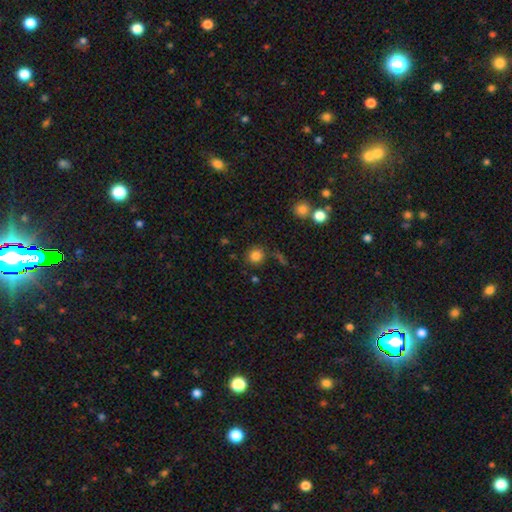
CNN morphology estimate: A smooth galaxy with no disk features (83%) that is round (90%).

Vote fractions:
- Smooth or featured? smooth: 83% / star or artifact: 12% / featured or disk: 5%
- How rounded? round: 90% / in between: 9% / cigar-shaped: 1%
- Merging? none: 79% / minor disturbance: 11% / merger: 6% / major disturbance: 4%